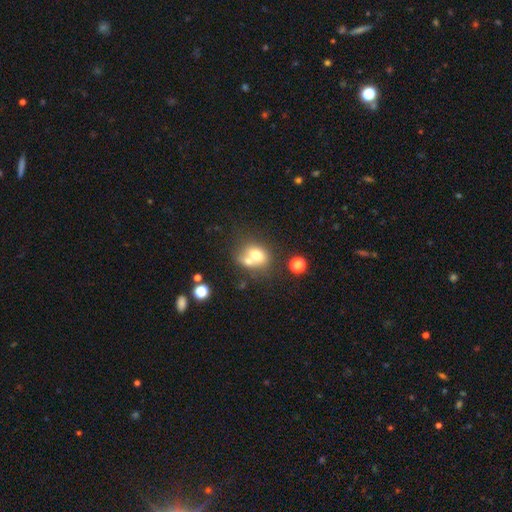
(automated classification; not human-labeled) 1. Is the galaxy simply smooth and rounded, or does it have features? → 68% smooth, 20% featured or disk, 12% star or artifact.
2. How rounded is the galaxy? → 50% round, 49% in between, 1% cigar-shaped.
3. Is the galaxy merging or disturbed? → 51% merger, 32% none, 11% minor disturbance, 6% major disturbance.